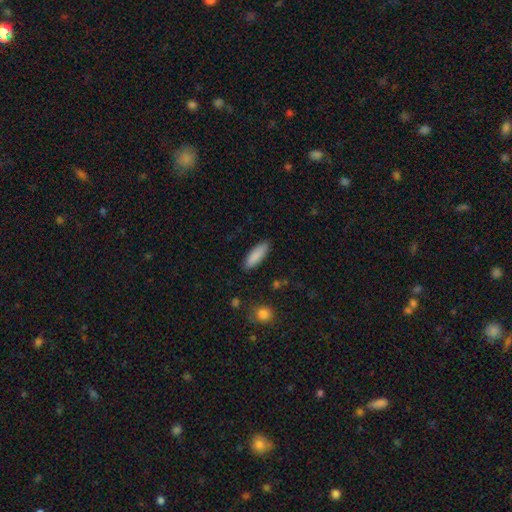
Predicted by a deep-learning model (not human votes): The model was most divided on "how rounded": in between: 53%, cigar-shaped: 46%, round: 2%. More confident: merging — none (88%); smooth or featured — smooth (88%).